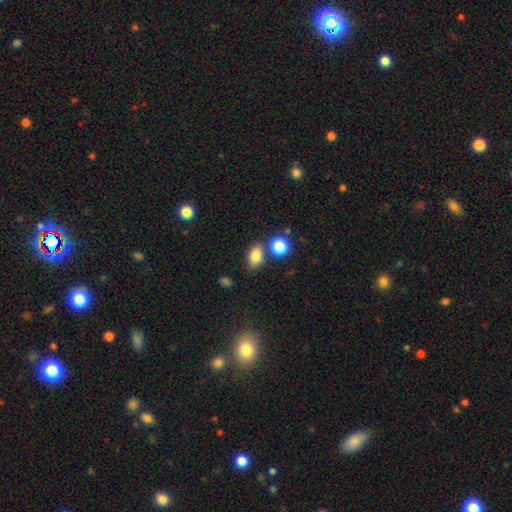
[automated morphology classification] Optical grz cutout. It shows a smooth galaxy with no disk features (82%) that is in between round and cigar-shaped (77%). Merging: none (70%).